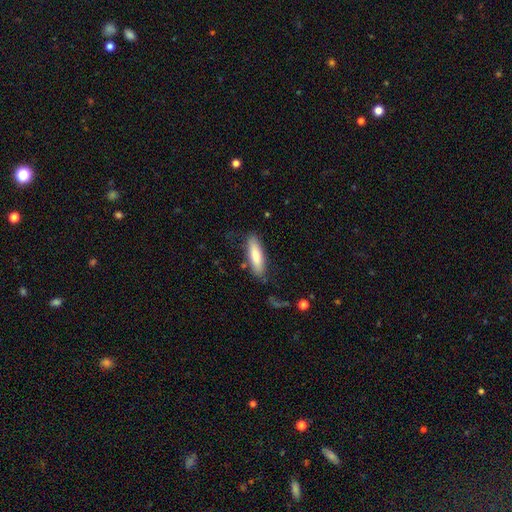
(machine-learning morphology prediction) smooth 80%, featured or disk 15%, star or artifact 6%. Down the decision tree: how rounded — cigar-shaped (59%); merging — none (80%).